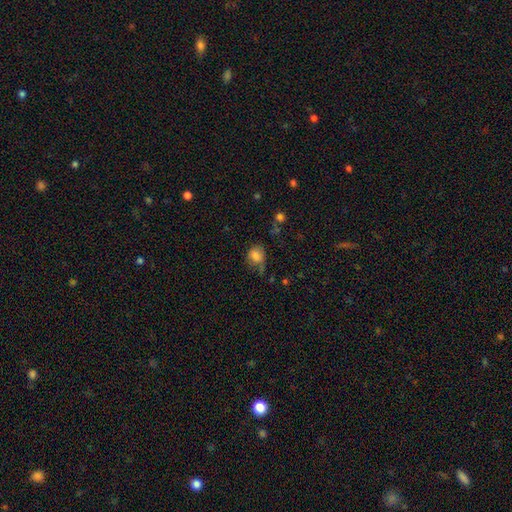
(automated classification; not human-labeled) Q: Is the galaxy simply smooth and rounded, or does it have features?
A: smooth — 80%.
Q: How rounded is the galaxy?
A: round — 61%.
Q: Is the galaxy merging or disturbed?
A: none — 53%.